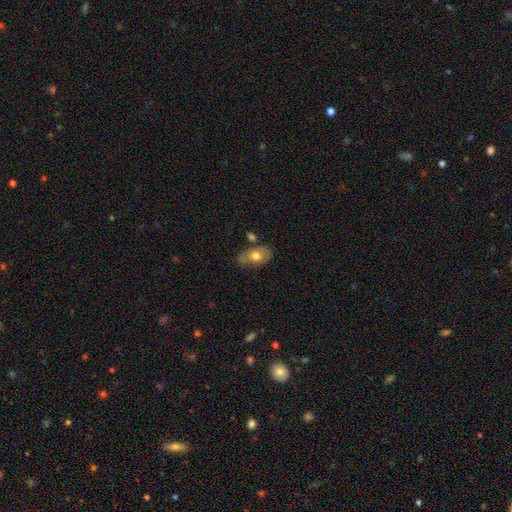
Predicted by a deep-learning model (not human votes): smooth_or_featured: smooth (p=0.66) [alt: featured or disk p=0.27]
how_rounded: in between (p=0.86) [alt: round p=0.12]
merging: none (p=0.60) [alt: minor disturbance p=0.23]